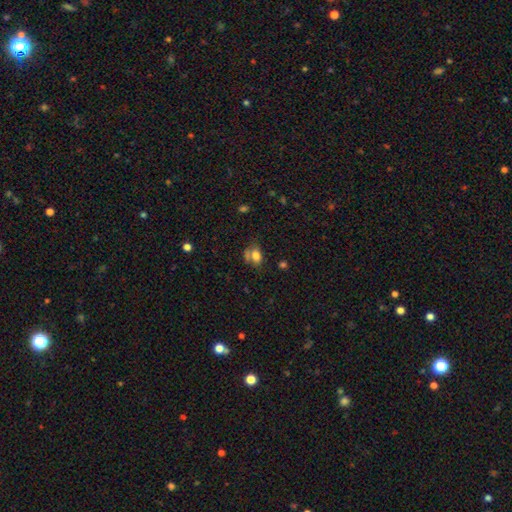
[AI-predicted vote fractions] Smooth or featured? smooth (75%)
How rounded? in between (80%)
Merging? none (43%)